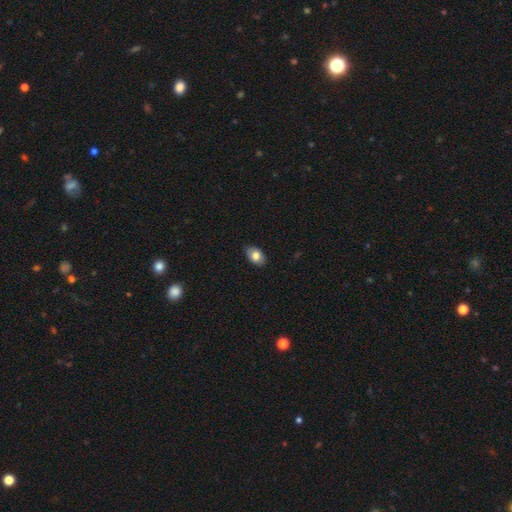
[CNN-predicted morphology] The model was most divided on "smooth or featured": smooth: 80%, featured or disk: 13%, star or artifact: 7%. More confident: how rounded — in between (88%); merging — none (86%).